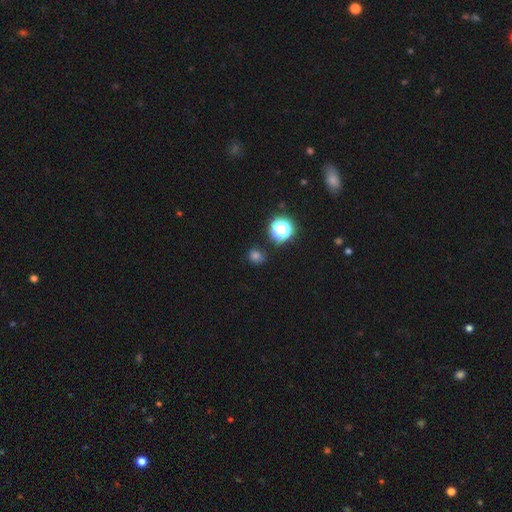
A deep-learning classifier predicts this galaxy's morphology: Smooth or featured?
  - smooth: 71% *
  - star or artifact: 23%
  - featured or disk: 6%
How rounded?
  - round: 78% *
  - in between: 21%
  - cigar-shaped: 1%
Merging?
  - none: 82% *
  - minor disturbance: 11%
  - major disturbance: 3%
  - merger: 3%